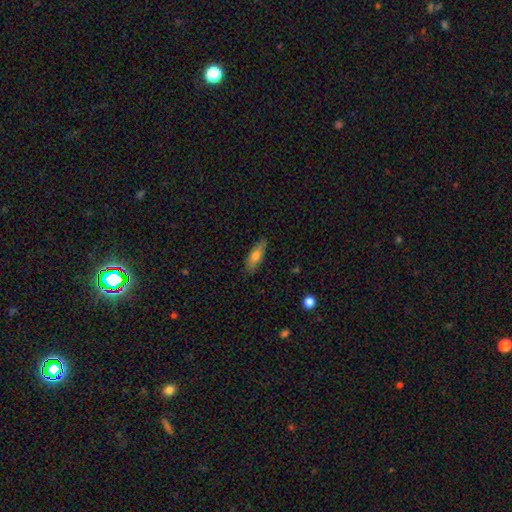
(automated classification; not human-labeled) A smooth galaxy with no disk features (71%) that is in between round and cigar-shaped (57%). Merging: none (79%).